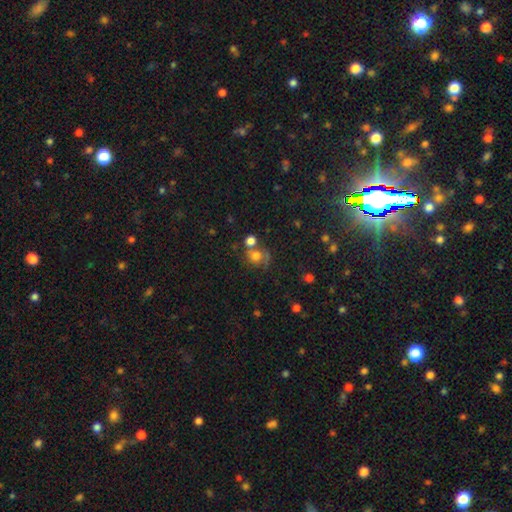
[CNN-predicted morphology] Smooth or featured? Predicted: smooth (p=0.60). How rounded? Predicted: round (p=0.77). Merging? Predicted: none (p=0.43).